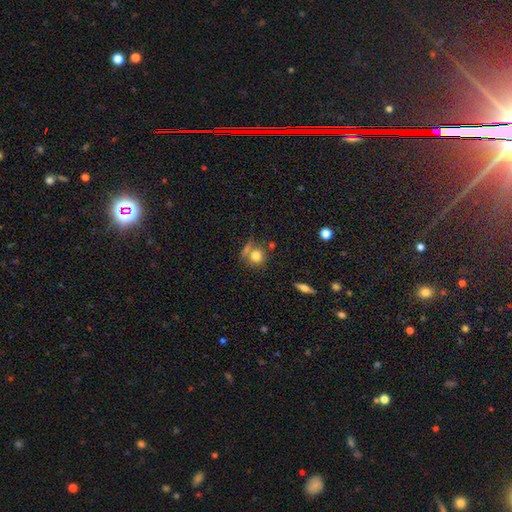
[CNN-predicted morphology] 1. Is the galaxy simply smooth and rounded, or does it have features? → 77% smooth, 12% featured or disk, 11% star or artifact.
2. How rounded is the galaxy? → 85% round, 13% in between, 2% cigar-shaped.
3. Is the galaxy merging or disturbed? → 62% none, 20% merger, 13% minor disturbance, 5% major disturbance.